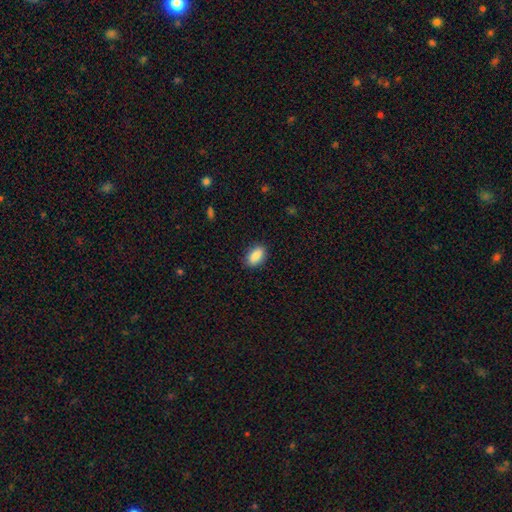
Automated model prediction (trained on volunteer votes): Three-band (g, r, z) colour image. It shows a smooth galaxy with no disk features (89%) that is in between round and cigar-shaped (91%). Merging: none (88%).